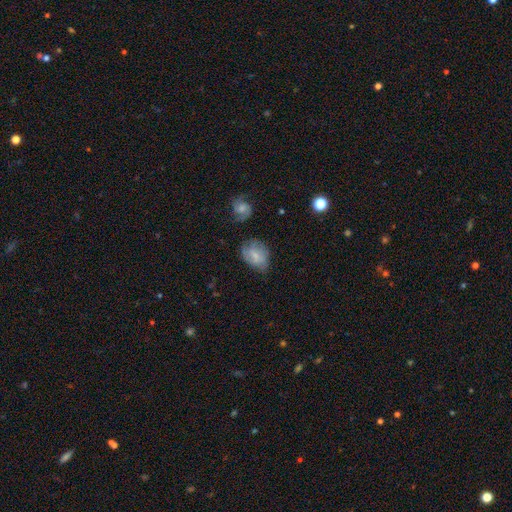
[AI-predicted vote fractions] Morphology: type=smooth (61%); roundness=in between (66%); merging=none (52%).